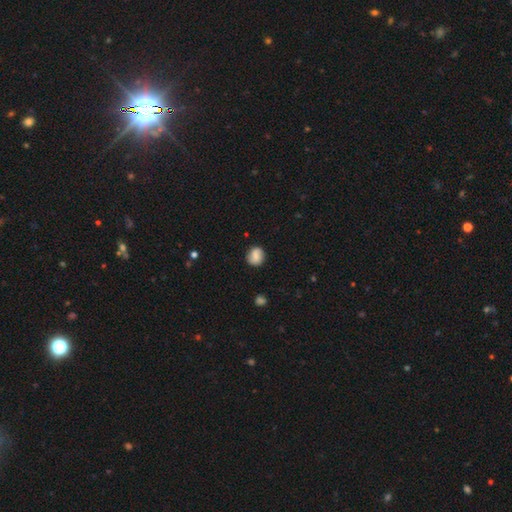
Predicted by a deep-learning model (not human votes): Q: Smooth or featured?
A: smooth (69%); runner-up: featured or disk (22%)
Q: How rounded?
A: round (79%); runner-up: in between (19%)
Q: Merging?
A: none (82%); runner-up: minor disturbance (13%)